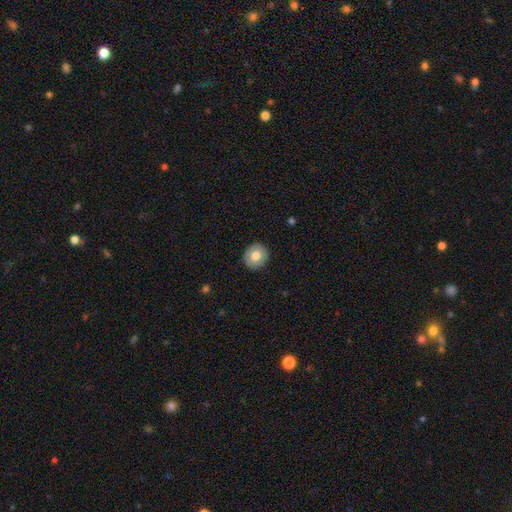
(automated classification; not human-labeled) This appears to be a smooth galaxy with no disk features (74%) that is round (84%). Merging: none (89%).